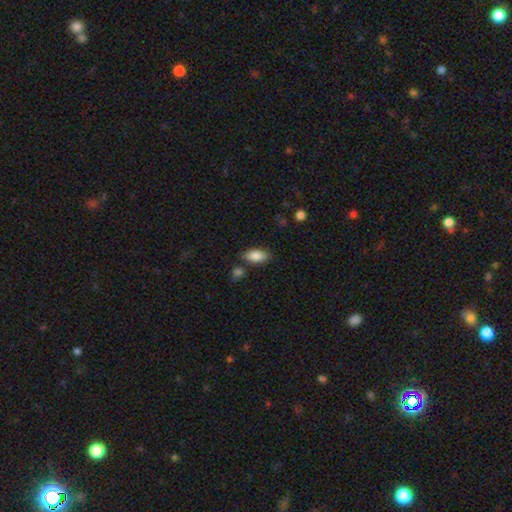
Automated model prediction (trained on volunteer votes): This appears to be a smooth galaxy with no disk features (84%) that is in between round and cigar-shaped (89%). Merging: none (78%).